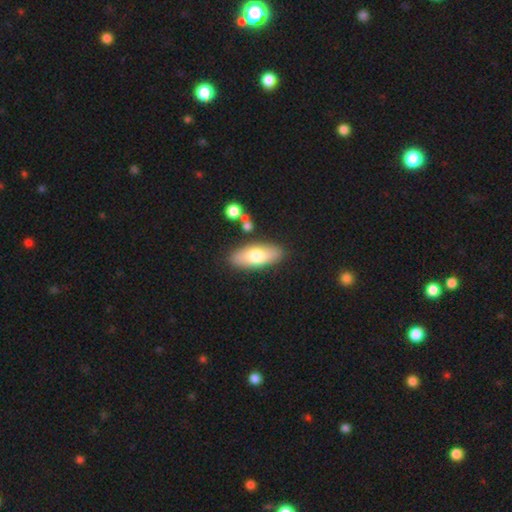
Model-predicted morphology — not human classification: Smooth or featured? smooth (72%)
How rounded? in between (75%)
Merging? none (84%)